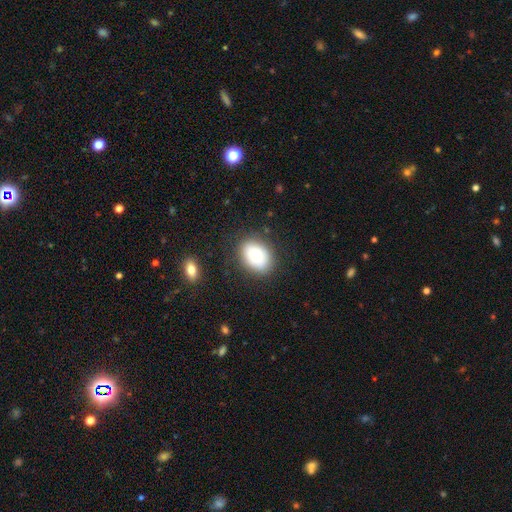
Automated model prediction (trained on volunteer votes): This is likely a smooth galaxy (77%). How rounded: likely in between (62%). Merging: clearly none (82%).